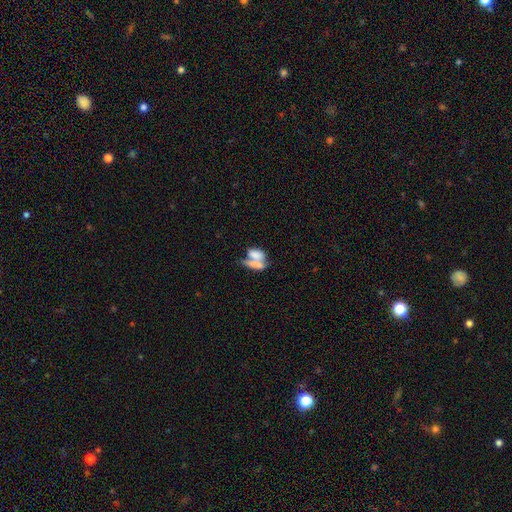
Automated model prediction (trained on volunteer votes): smooth_or_featured: smooth (p=0.72) [alt: featured or disk p=0.19]
how_rounded: in between (p=0.76) [alt: cigar-shaped p=0.15]
merging: merger (p=0.64) [alt: none p=0.22]